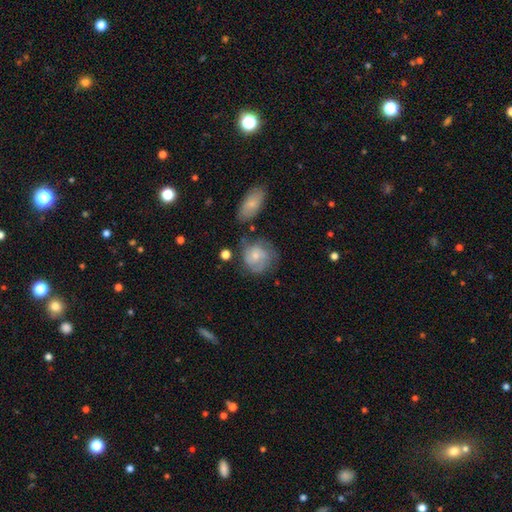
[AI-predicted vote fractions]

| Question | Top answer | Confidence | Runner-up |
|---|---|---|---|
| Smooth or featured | featured or disk | 47% | smooth (46%) |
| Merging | none | 54% | minor disturbance (24%) |